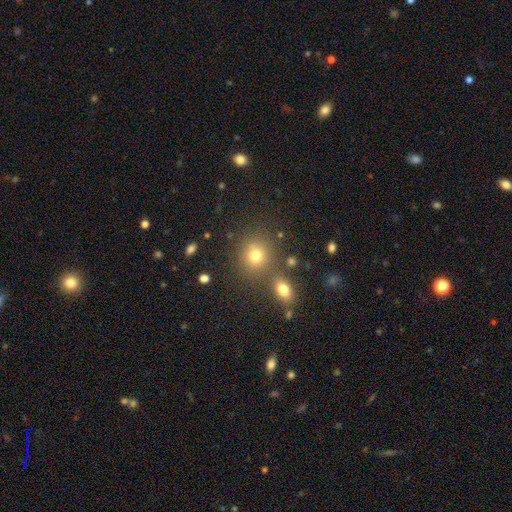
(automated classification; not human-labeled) smooth-or-featured: smooth: 75% | star or artifact: 16% | featured or disk: 9%
  how-rounded: round: 82% | in between: 17% | cigar-shaped: 1%
  merging: none: 73% | merger: 14% | minor disturbance: 9% | major disturbance: 4%